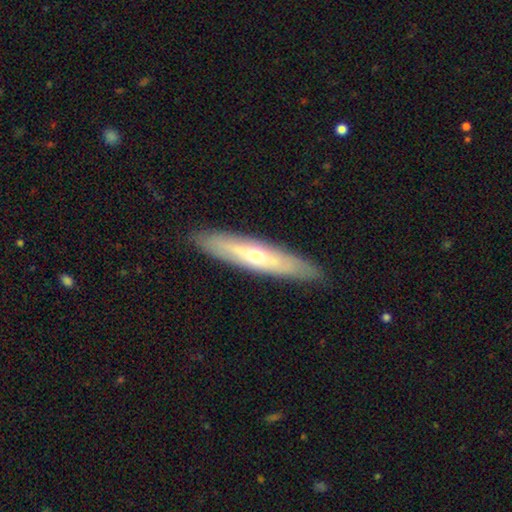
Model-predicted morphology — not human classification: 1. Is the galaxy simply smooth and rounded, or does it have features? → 58% featured or disk, 36% smooth, 6% star or artifact.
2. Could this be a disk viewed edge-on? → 66% yes, 34% no.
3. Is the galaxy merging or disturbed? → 88% none, 9% minor disturbance, 2% major disturbance, 1% merger.